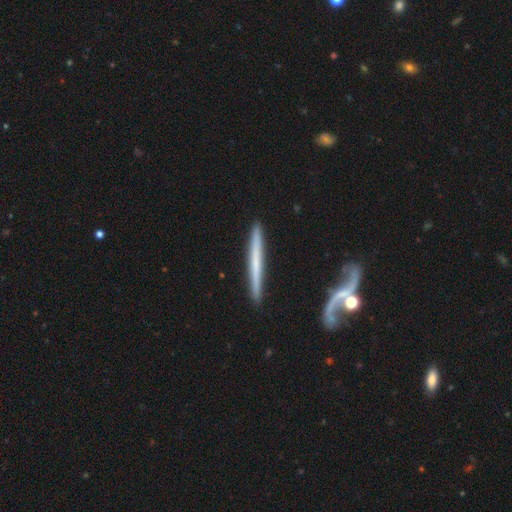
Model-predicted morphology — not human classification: The model was most divided on "smooth or featured": featured or disk: 56%, smooth: 38%, star or artifact: 6%. More confident: edge-on disk — yes (92%); merging — none (87%); edge-on bulge — none (81%).